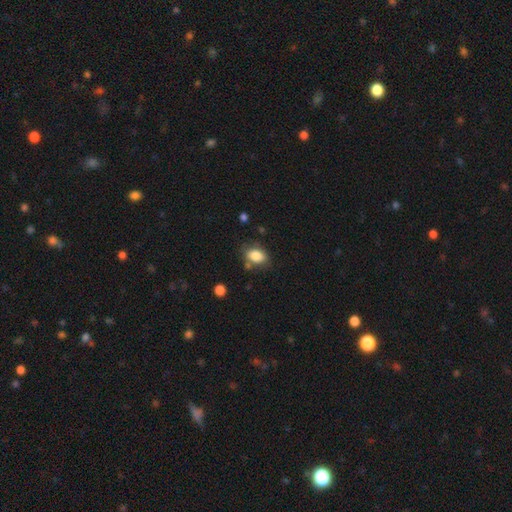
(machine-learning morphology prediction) type=smooth (85%); roundness=in between (82%); merging=none (69%).